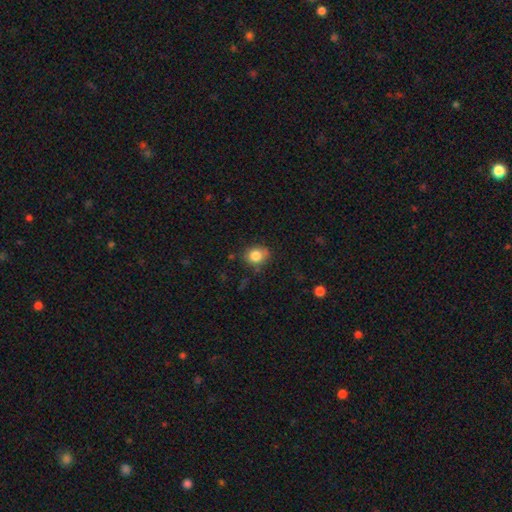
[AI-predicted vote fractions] The model was most divided on "how rounded": round: 66%, in between: 33%, cigar-shaped: 1%. More confident: smooth or featured — smooth (83%); merging — none (74%).